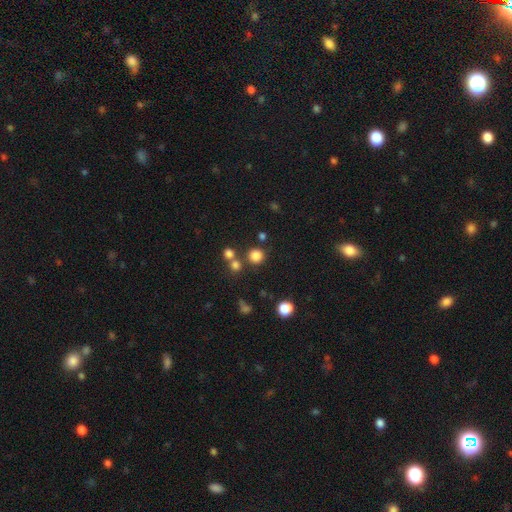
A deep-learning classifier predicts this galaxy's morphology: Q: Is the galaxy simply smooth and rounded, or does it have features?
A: smooth — 80%.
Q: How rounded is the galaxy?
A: round — 92%.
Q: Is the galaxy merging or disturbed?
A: none — 75%.